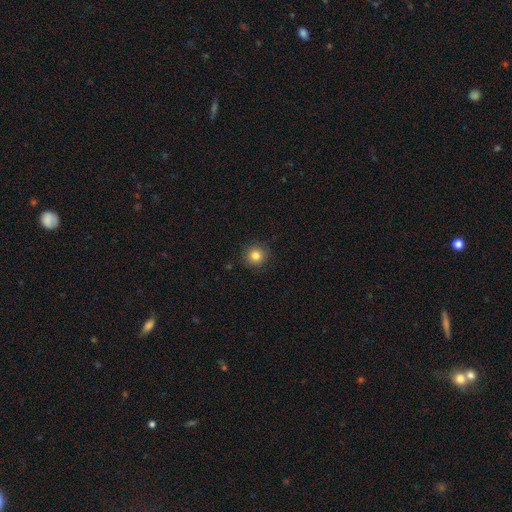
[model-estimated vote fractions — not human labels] Overall: smooth (82%). How rounded: round (94%). Merging: none (91%).